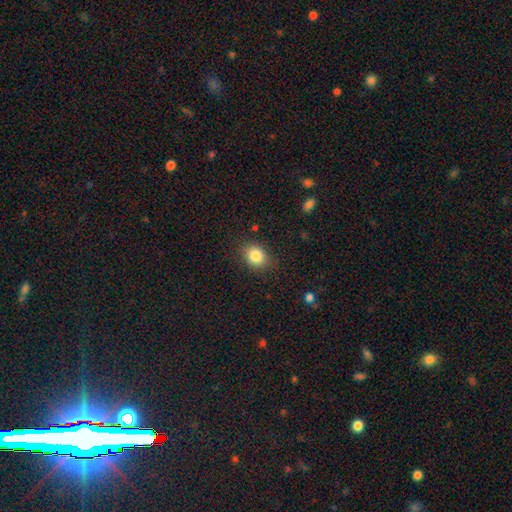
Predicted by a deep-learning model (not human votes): A smooth galaxy with no disk features (84%) that is round (52%).

Vote fractions:
- Smooth or featured? smooth: 84% / star or artifact: 10% / featured or disk: 6%
- How rounded? round: 52% / in between: 47% / cigar-shaped: 1%
- Merging? none: 85% / minor disturbance: 11% / major disturbance: 3% / merger: 1%